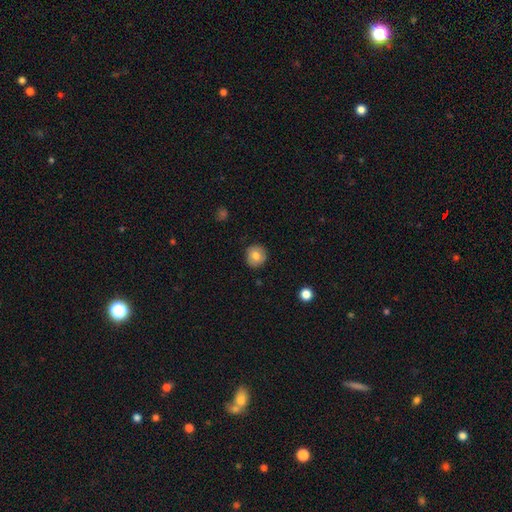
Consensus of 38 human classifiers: Volunteers were most divided on "merging": none: 78%, minor disturbance: 17%, major disturbance: 6%, merger: 0%. More confident: how rounded — round (97%); smooth or featured — smooth (79%).